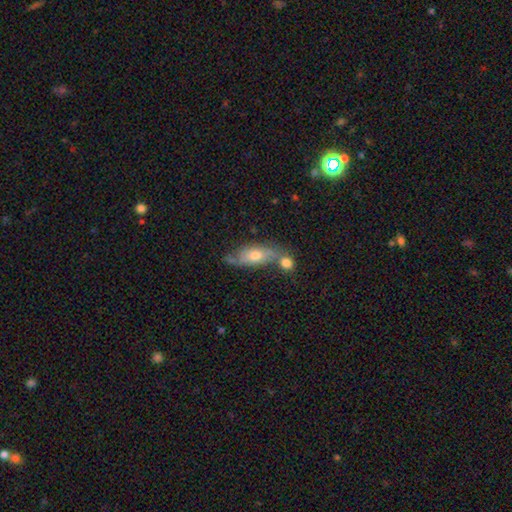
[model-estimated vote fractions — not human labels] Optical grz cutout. It shows a smooth galaxy with no disk features (45%, tied with featured or disk). Merging: none (44%).